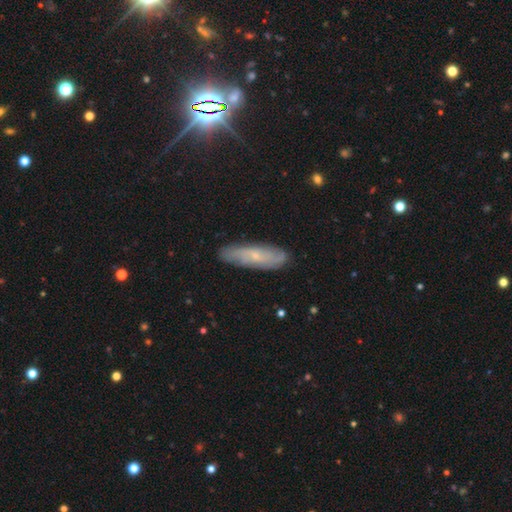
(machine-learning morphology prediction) Smooth or featured? featured or disk (52%)
Edge-on disk? no (67%)
Merging? none (84%)